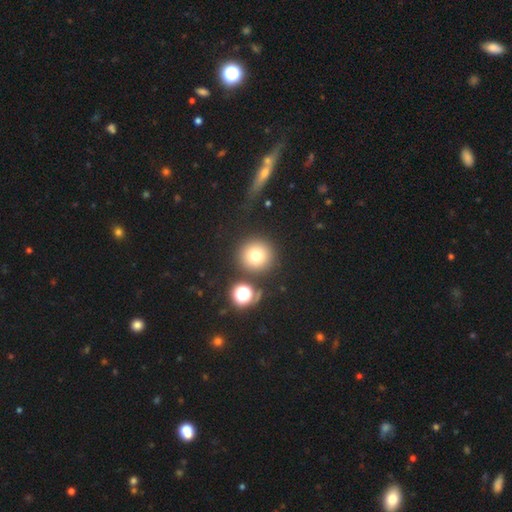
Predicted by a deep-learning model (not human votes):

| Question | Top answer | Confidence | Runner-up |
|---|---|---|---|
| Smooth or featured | smooth | 74% | star or artifact (16%) |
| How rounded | round | 95% | in between (4%) |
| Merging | none | 82% | minor disturbance (8%) |